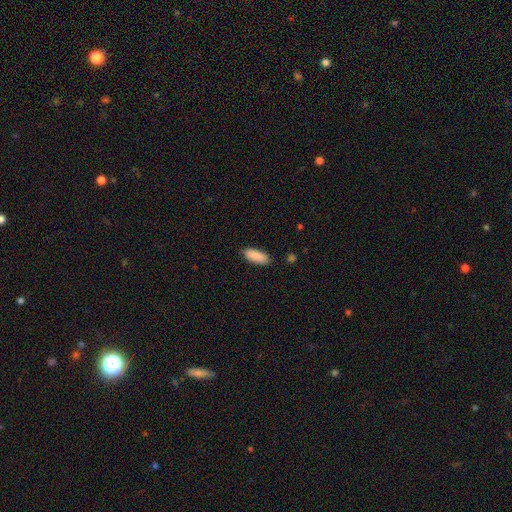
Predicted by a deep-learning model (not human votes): Q: Smooth or featured?
A: smooth (90%); runner-up: star or artifact (6%)
Q: How rounded?
A: in between (78%); runner-up: cigar-shaped (21%)
Q: Merging?
A: none (86%); runner-up: minor disturbance (11%)